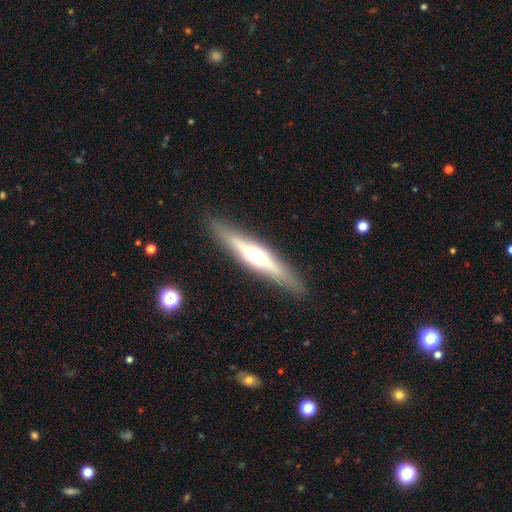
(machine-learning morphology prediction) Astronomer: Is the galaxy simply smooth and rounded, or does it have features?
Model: featured or disk — 63%.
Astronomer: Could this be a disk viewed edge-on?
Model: yes — 93%.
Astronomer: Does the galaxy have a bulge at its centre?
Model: rounded — 86%.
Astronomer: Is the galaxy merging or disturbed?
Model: none — 89%.